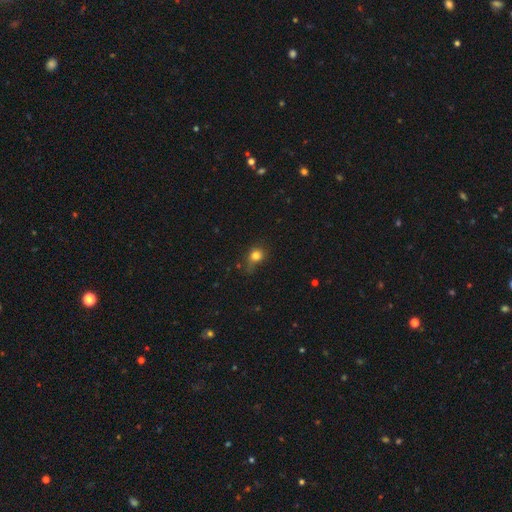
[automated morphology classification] The model was most divided on "merging": none: 55%, minor disturbance: 30%, major disturbance: 12%, merger: 3%. More confident: smooth or featured — smooth (79%); how rounded — round (76%).